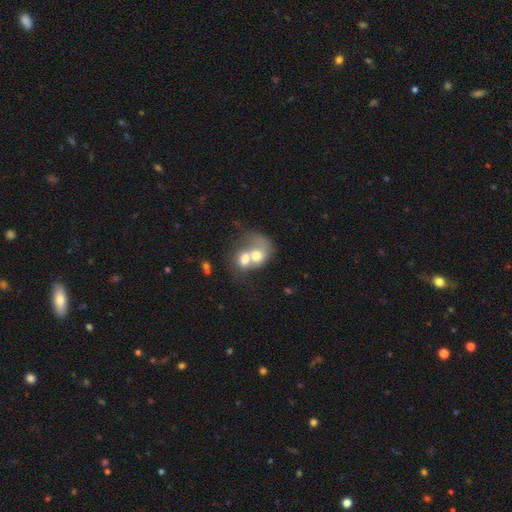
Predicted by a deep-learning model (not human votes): smooth_or_featured: smooth (p=0.53) [alt: featured or disk p=0.39]
how_rounded: round (p=0.50) [alt: in between p=0.49]
merging: merger (p=0.79) [alt: major disturbance p=0.08]